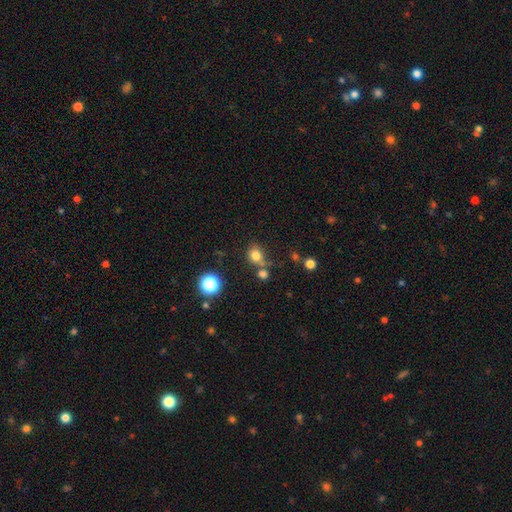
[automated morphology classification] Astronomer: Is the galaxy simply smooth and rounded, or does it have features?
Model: smooth — 77%.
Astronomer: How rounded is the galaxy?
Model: round — 69%.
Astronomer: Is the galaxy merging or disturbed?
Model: none — 59%.